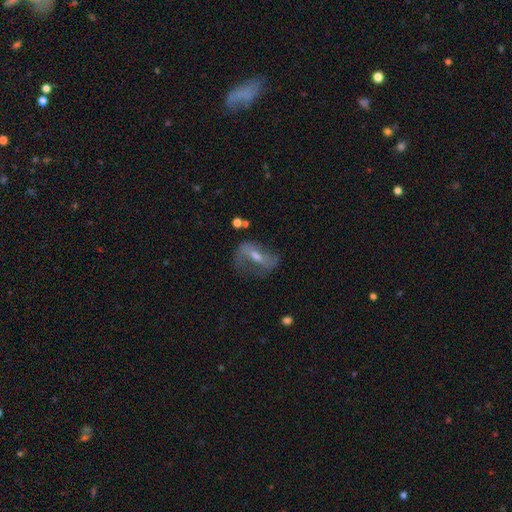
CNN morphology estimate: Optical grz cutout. It shows a featured or disk galaxy (69%) with a weak bar (40%), spiral arms (77%) and a moderate central bulge (50%). Merging: none (54%).